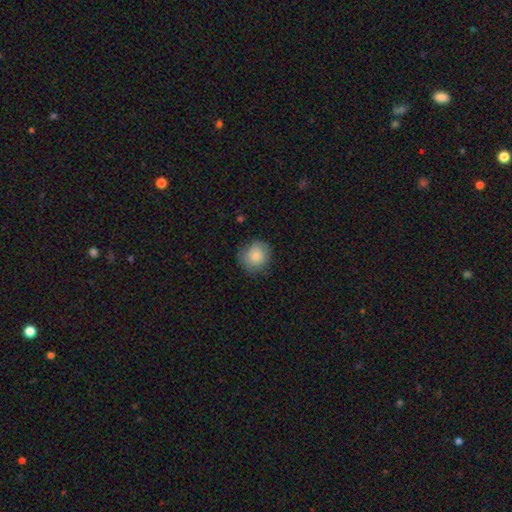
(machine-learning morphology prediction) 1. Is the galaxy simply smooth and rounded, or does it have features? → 83% smooth, 9% featured or disk, 8% star or artifact.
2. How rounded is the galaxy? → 88% round, 11% in between, 1% cigar-shaped.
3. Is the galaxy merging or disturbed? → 76% none, 18% minor disturbance, 4% major disturbance, 1% merger.